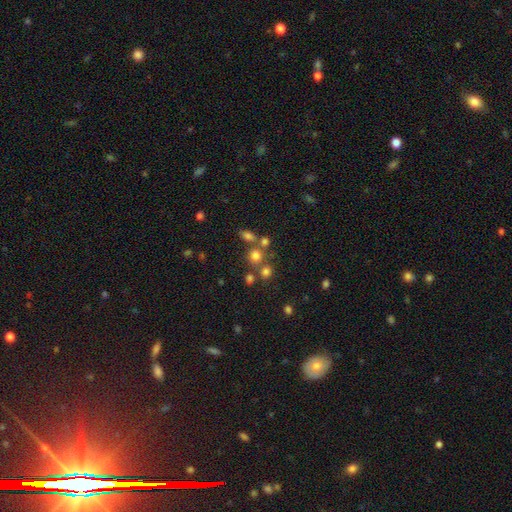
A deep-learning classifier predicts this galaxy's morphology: This is likely a smooth galaxy (70%). How rounded: clearly round (83%). Merging: likely none (61%).